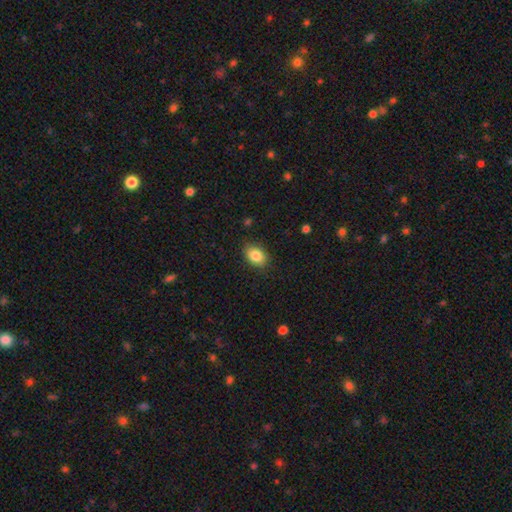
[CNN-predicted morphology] smooth 85%, star or artifact 8%, featured or disk 7%. Down the decision tree: how rounded — in between (82%); merging — none (86%).